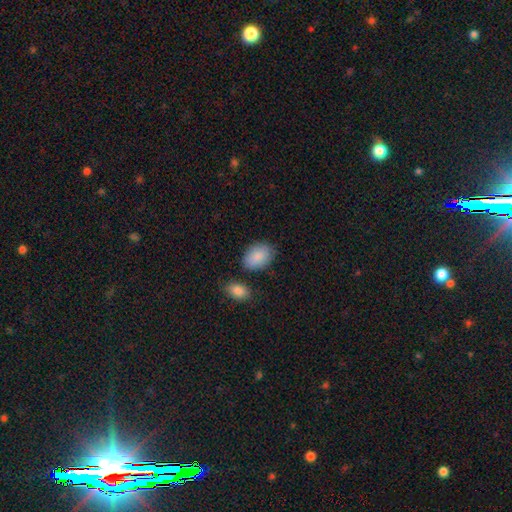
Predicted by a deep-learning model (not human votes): smooth 88%, star or artifact 6%, featured or disk 6%. Down the decision tree: how rounded — in between (87%); merging — none (76%).